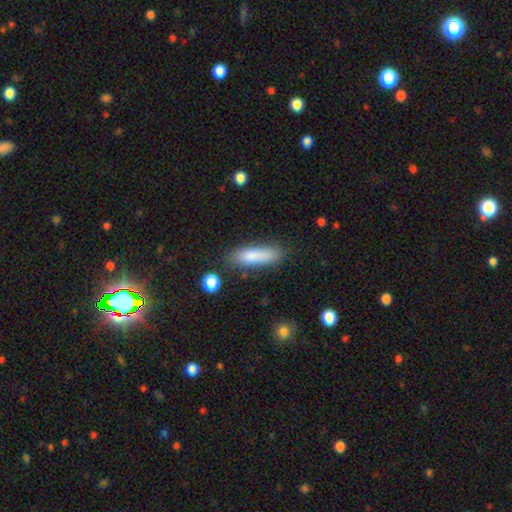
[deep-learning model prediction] Smooth or featured: smooth — 83% (featured or disk — 10%)
How rounded: cigar-shaped — 56% (in between — 41%)
Merging: none — 74% (minor disturbance — 17%)